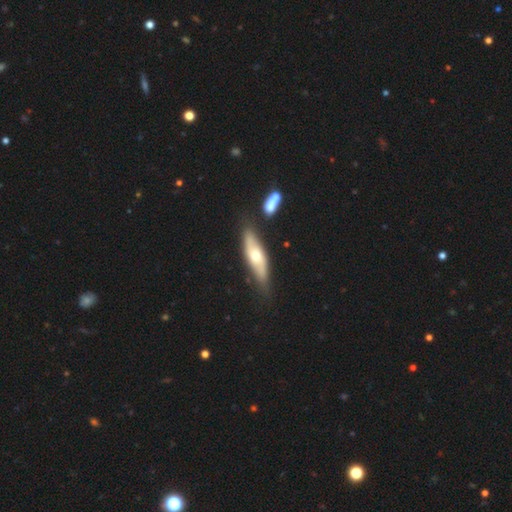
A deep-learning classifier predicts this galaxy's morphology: featured or disk 50%, smooth 44%, star or artifact 6%. Down the decision tree: merging — none (68%).